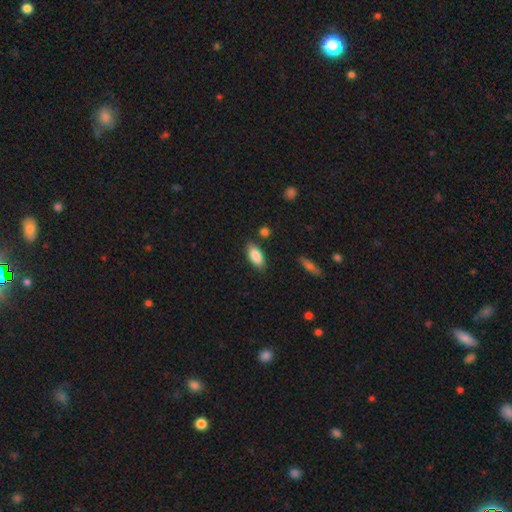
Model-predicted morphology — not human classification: This is clearly a smooth galaxy (86%). How rounded: clearly in between (89%). Merging: clearly none (83%).